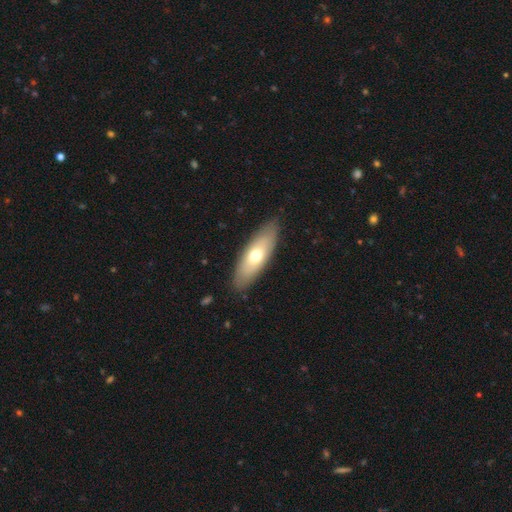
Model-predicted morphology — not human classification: type=smooth (60%); roundness=in between (65%); merging=none (87%).